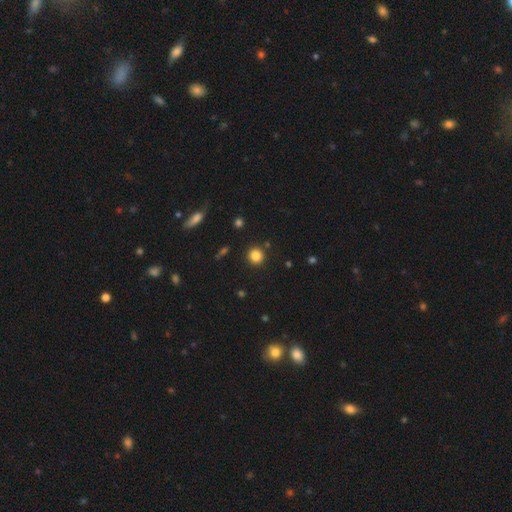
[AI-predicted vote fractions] Smooth or featured: smooth — 84% (star or artifact — 12%)
How rounded: round — 91% (in between — 8%)
Merging: none — 90% (minor disturbance — 6%)